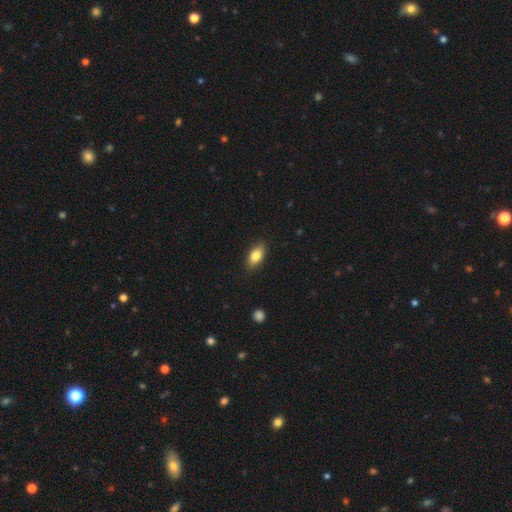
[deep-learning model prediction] Morphology: type=smooth (79%); roundness=in between (85%); merging=none (86%).